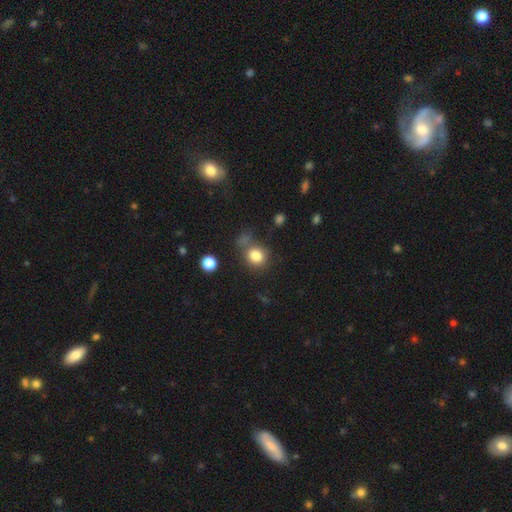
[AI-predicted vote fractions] Morphology: type=smooth (82%); roundness=round (77%); merging=none (65%).